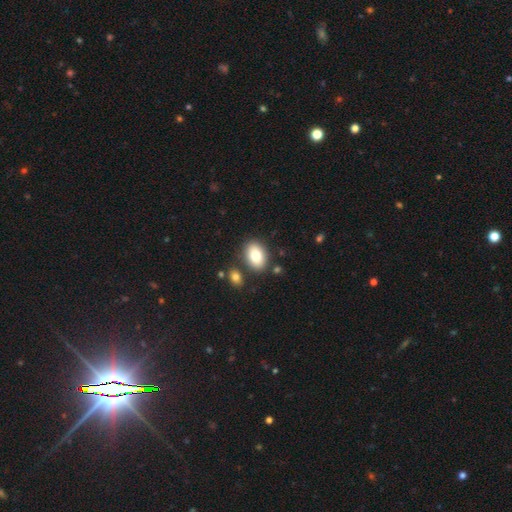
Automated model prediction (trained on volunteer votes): smooth_or_featured: smooth (p=0.81) [alt: featured or disk p=0.11]
how_rounded: in between (p=0.87) [alt: round p=0.12]
merging: none (p=0.79) [alt: minor disturbance p=0.10]